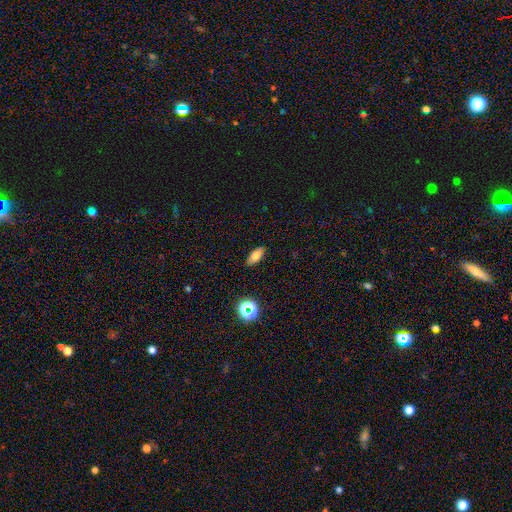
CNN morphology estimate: Smooth or featured: smooth — 75% (featured or disk — 13%)
How rounded: in between — 79% (cigar-shaped — 16%)
Merging: none — 87% (minor disturbance — 9%)